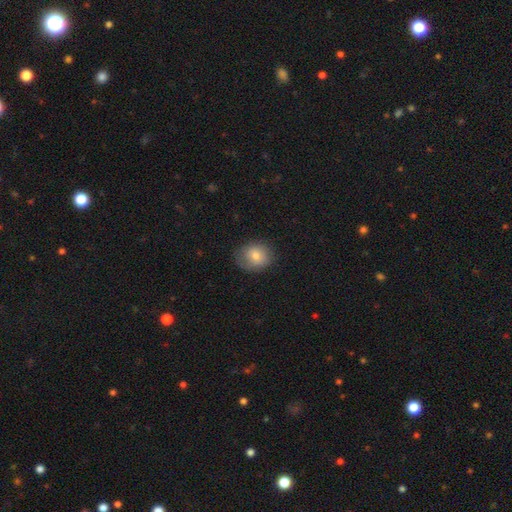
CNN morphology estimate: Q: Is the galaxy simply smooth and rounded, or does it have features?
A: smooth — 75%.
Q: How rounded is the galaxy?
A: round — 62%.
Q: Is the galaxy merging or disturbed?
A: none — 75%.